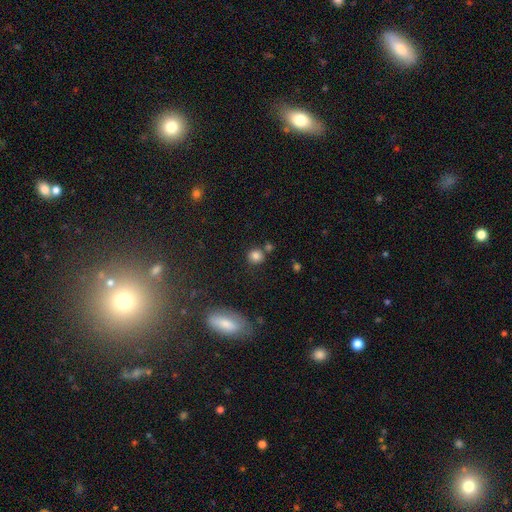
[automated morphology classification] Smooth or featured? smooth (81%)
How rounded? round (84%)
Merging? none (72%)